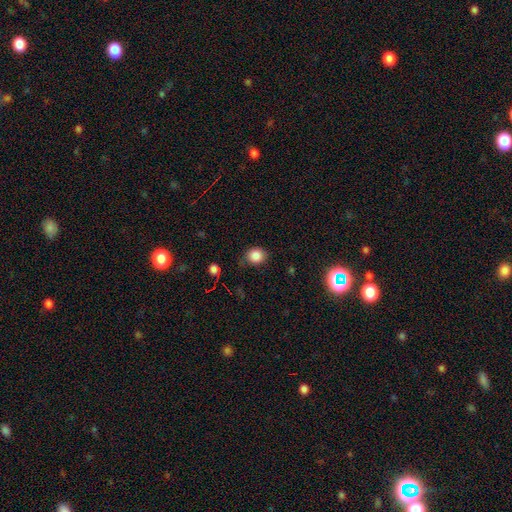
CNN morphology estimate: The model was most divided on "how rounded": round: 76%, in between: 23%, cigar-shaped: 1%. More confident: smooth or featured — smooth (84%); merging — none (76%).